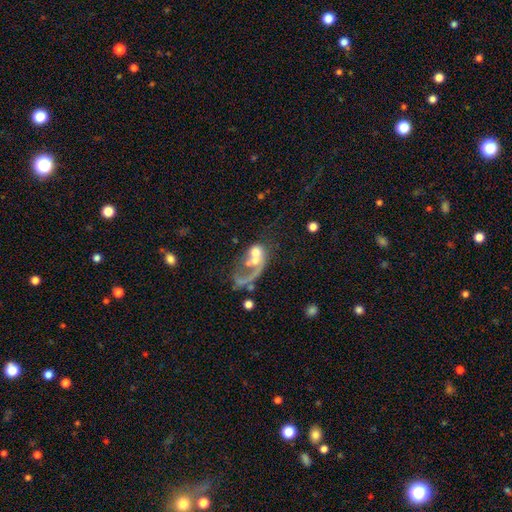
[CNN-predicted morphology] This is possibly a featured or disk galaxy (58%). It is clearly not viewed edge-on (97%). Bar: clearly no (82%). Spiral arm pattern: possibly yes (50%, tied with no). Central bulge: marginally moderate (42%). Merging: marginally merger (43%).